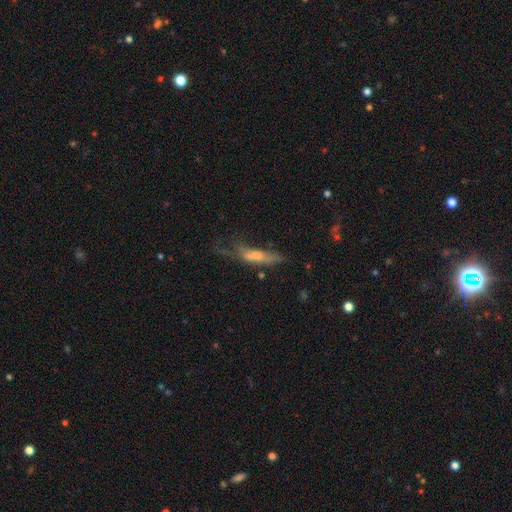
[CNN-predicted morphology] Smooth or featured?
  - smooth: 46% *
  - featured or disk: 43%
  - star or artifact: 12%
Merging?
  - major disturbance: 35% *
  - none: 33%
  - minor disturbance: 27%
  - merger: 5%